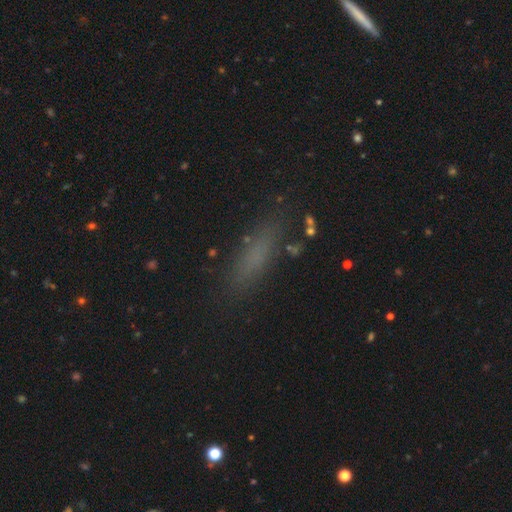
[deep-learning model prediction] Morphology: type=smooth (66%); roundness=cigar-shaped (63%); merging=none (78%).